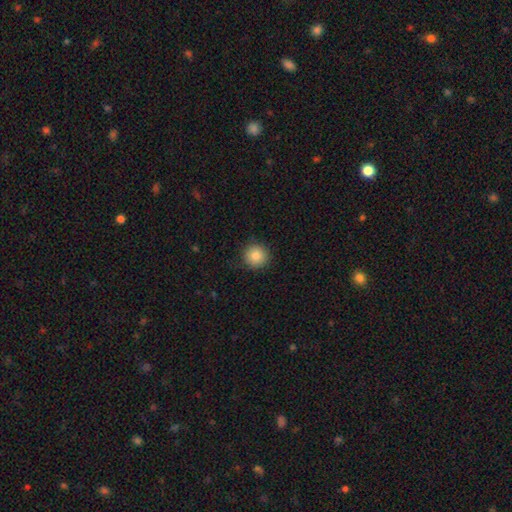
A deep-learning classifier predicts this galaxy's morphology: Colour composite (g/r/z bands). It shows a smooth galaxy with no disk features (85%) that is round (94%). Merging: none (90%).